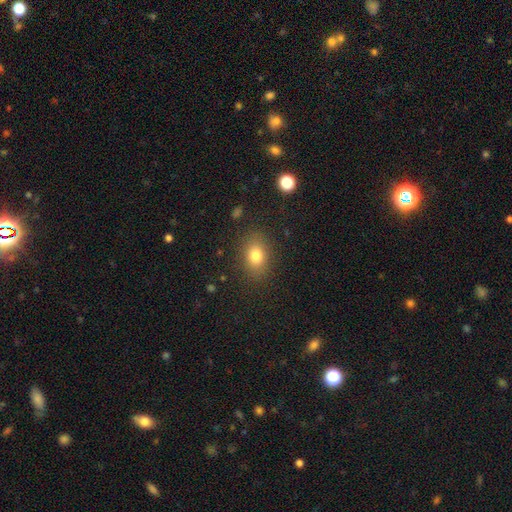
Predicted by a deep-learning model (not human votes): A smooth galaxy with no disk features (79%) that is in between round and cigar-shaped (70%). Merging: none (85%).